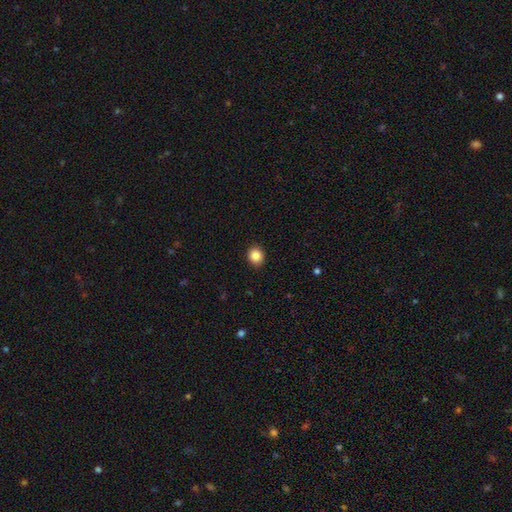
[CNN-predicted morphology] Smooth or featured? smooth (87%)
How rounded? round (79%)
Merging? none (91%)